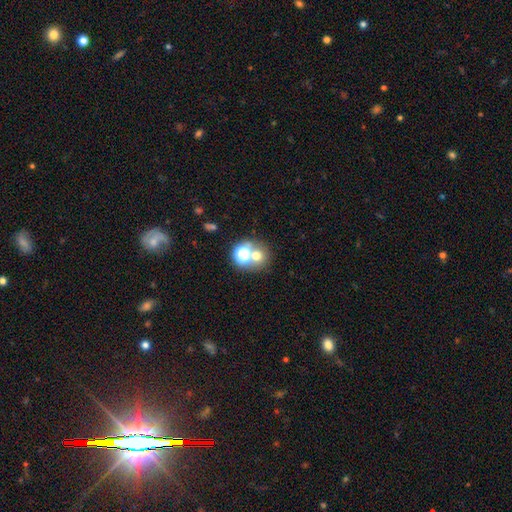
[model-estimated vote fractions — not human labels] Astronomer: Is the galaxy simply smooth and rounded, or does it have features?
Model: smooth — 63%.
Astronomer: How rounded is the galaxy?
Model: round — 82%.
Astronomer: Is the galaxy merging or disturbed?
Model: none — 49% (runner-up: merger, 41%).